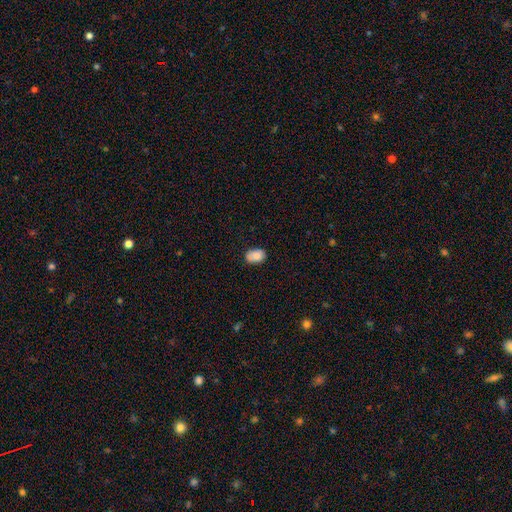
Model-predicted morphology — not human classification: Smooth or featured?
  - smooth: 85% *
  - featured or disk: 8%
  - star or artifact: 8%
How rounded?
  - in between: 84% *
  - round: 15%
  - cigar-shaped: 1%
Merging?
  - none: 75% *
  - minor disturbance: 20%
  - major disturbance: 4%
  - merger: 2%